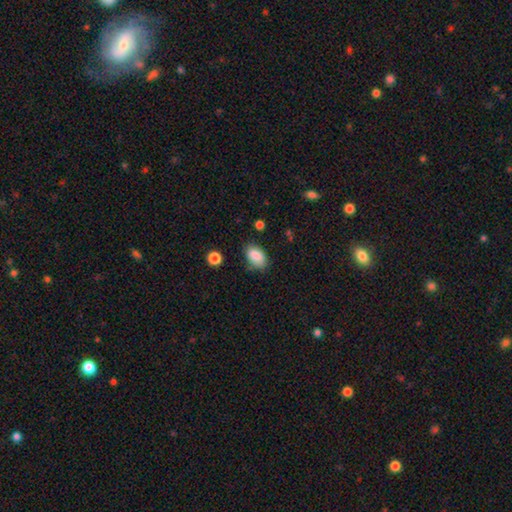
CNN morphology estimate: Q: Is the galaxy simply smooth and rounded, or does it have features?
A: smooth — 87%.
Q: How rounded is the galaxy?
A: in between — 91%.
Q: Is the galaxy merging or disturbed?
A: none — 75%.